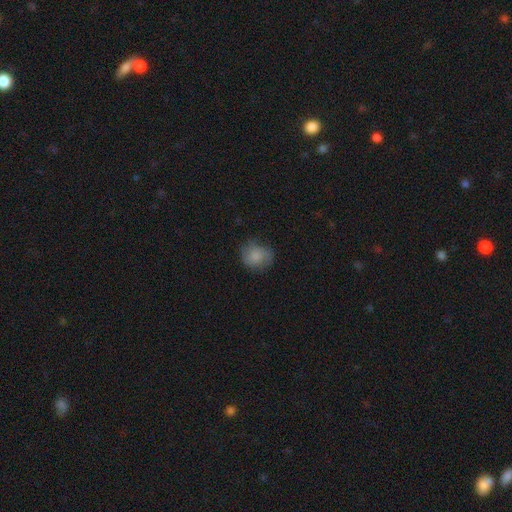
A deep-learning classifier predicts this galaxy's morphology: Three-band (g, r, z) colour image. It shows a smooth galaxy with no disk features (69%) that is round (73%). Merging: none (65%).